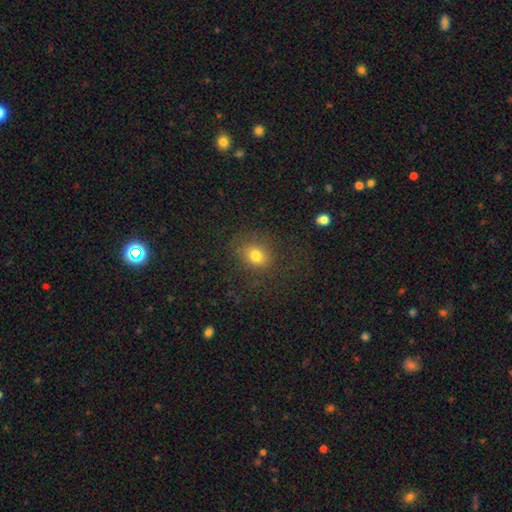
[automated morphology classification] A smooth galaxy with no disk features (76%) that is round (65%).

Vote fractions:
- Smooth or featured? smooth: 76% / star or artifact: 15% / featured or disk: 9%
- How rounded? round: 65% / in between: 33% / cigar-shaped: 1%
- Merging? none: 78% / minor disturbance: 13% / major disturbance: 8% / merger: 1%